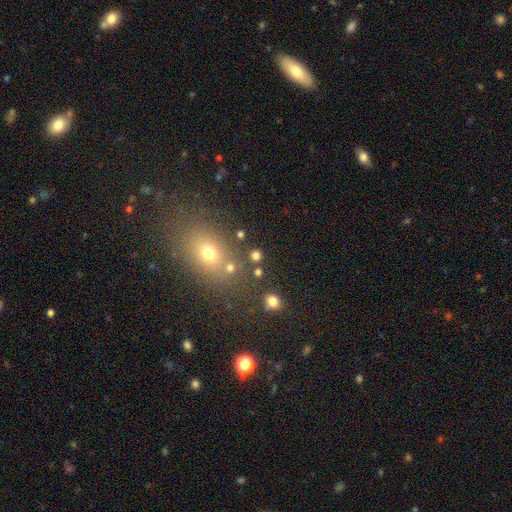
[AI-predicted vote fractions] A smooth galaxy with no disk features (72%) that is round (77%). Merging: none (76%).